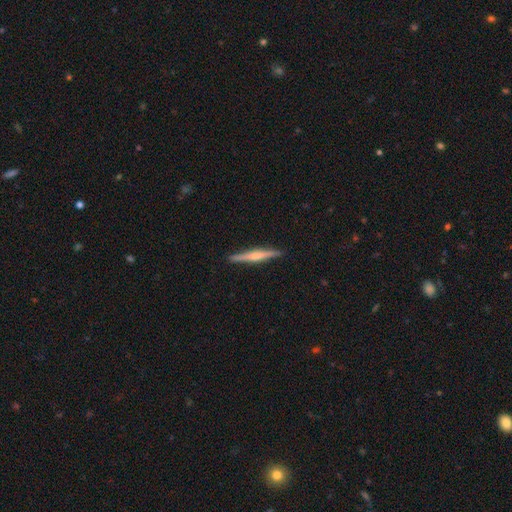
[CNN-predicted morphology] Overall: featured or disk (62%; smooth 33%). Edge-on disk: yes (98%). Edge-on bulge: rounded (67%). Merging: none (92%).